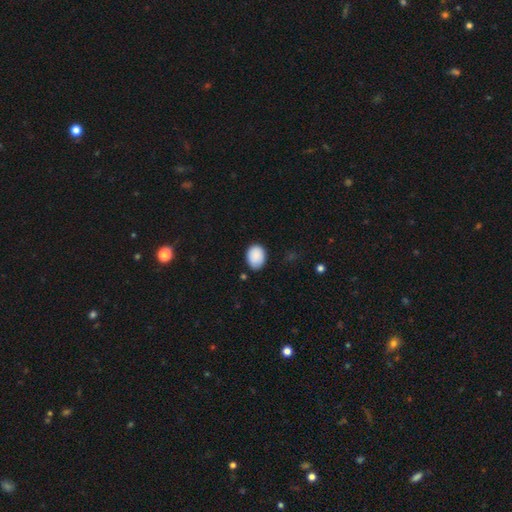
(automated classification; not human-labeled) Overall: smooth (89%). How rounded: in between (68%; round 32%). Merging: none (76%).